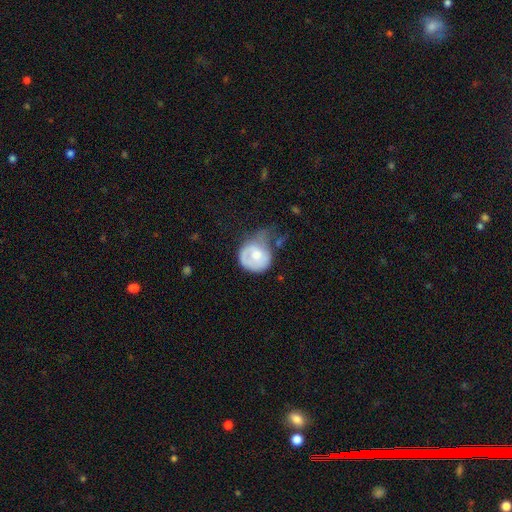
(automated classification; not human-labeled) Overall: smooth (53%; featured or disk 42%). How rounded: round (71%). Merging: major disturbance (38%; minor disturbance 31%).